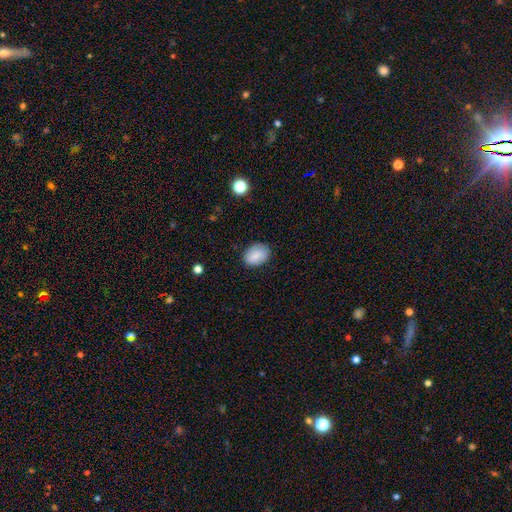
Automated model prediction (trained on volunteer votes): Overall: smooth (81%). How rounded: in between (70%). Merging: none (80%).